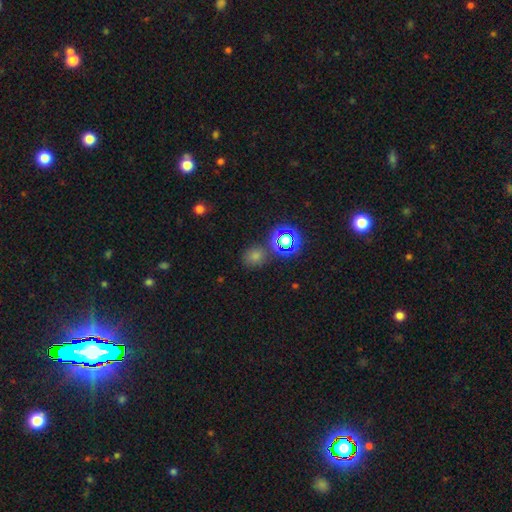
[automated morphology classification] Smooth or featured?
  - smooth: 51% *
  - star or artifact: 42%
  - featured or disk: 7%
How rounded?
  - round: 79% *
  - in between: 19%
  - cigar-shaped: 1%
Merging?
  - none: 81% *
  - minor disturbance: 9%
  - merger: 7%
  - major disturbance: 3%